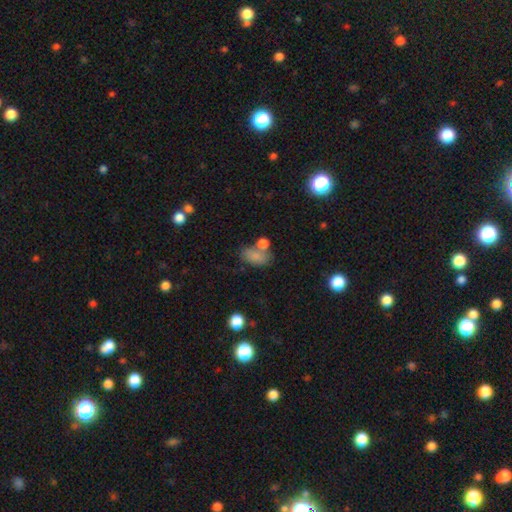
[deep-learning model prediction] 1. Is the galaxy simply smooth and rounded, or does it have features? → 80% smooth, 10% star or artifact, 10% featured or disk.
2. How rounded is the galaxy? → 87% in between, 11% round, 3% cigar-shaped.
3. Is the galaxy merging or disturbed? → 51% none, 23% merger, 19% minor disturbance, 8% major disturbance.